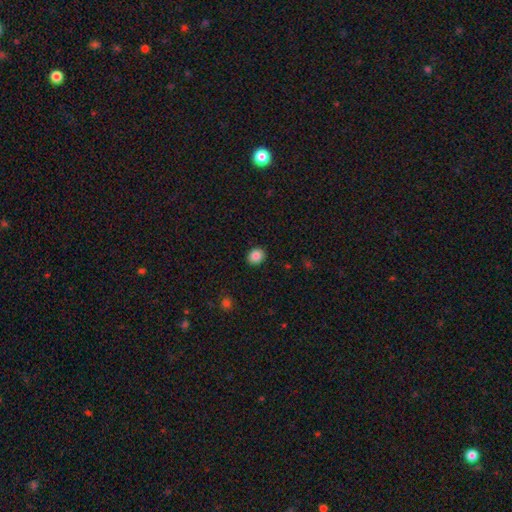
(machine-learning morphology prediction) Smooth or featured? Predicted: smooth (p=0.86). How rounded? Predicted: round (p=0.60). Merging? Predicted: none (p=0.91).